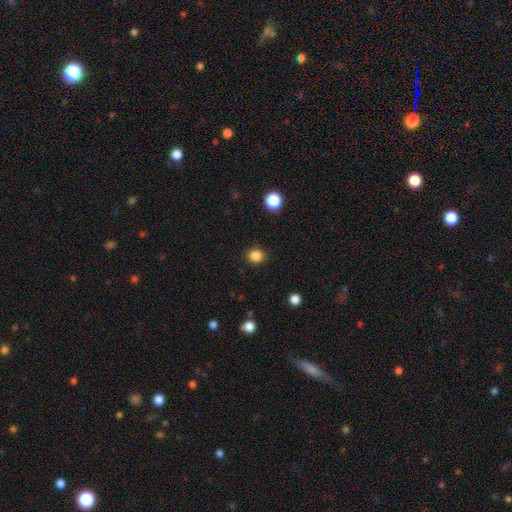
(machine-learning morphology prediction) smooth_or_featured: smooth (p=0.85) [alt: star or artifact p=0.12]
how_rounded: round (p=0.84) [alt: in between p=0.15]
merging: none (p=0.90) [alt: minor disturbance p=0.07]